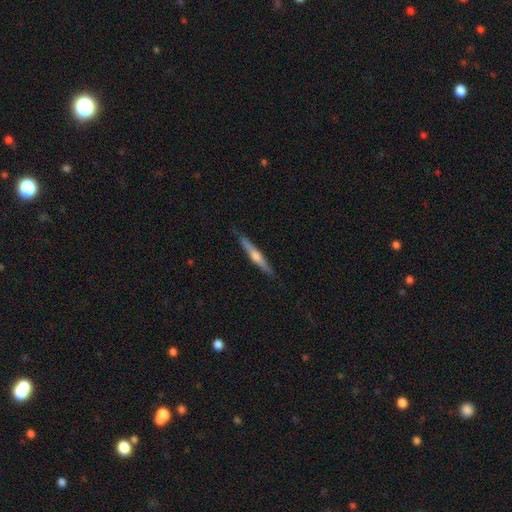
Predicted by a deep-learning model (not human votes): smooth-or-featured: featured or disk: 64% | smooth: 30% | star or artifact: 6%
  disk-edge-on: yes: 97% | no: 3%
    edge-on-bulge: rounded: 83% | none: 12% | boxy: 5%
  merging: none: 89% | minor disturbance: 9% | major disturbance: 1% | merger: 1%